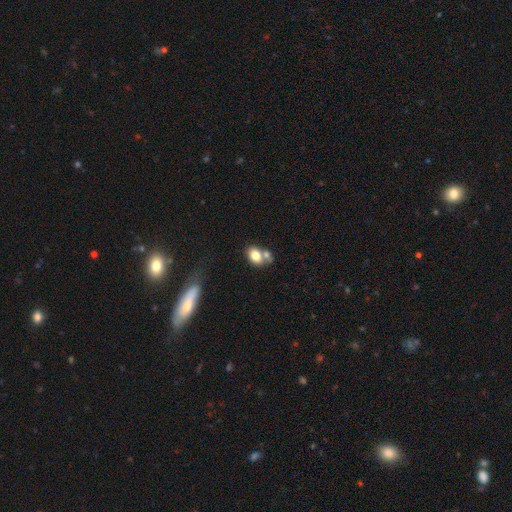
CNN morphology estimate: Smooth or featured? smooth (78%)
How rounded? in between (75%)
Merging? none (41%, tied with merger)